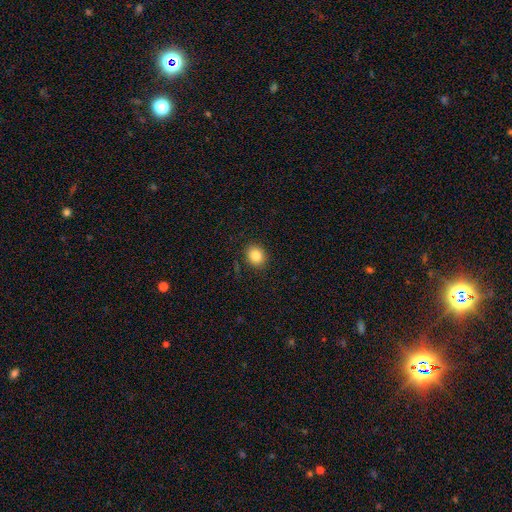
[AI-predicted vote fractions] The model was most divided on "how rounded": round: 72%, in between: 28%, cigar-shaped: 1%. More confident: merging — none (89%); smooth or featured — smooth (85%).